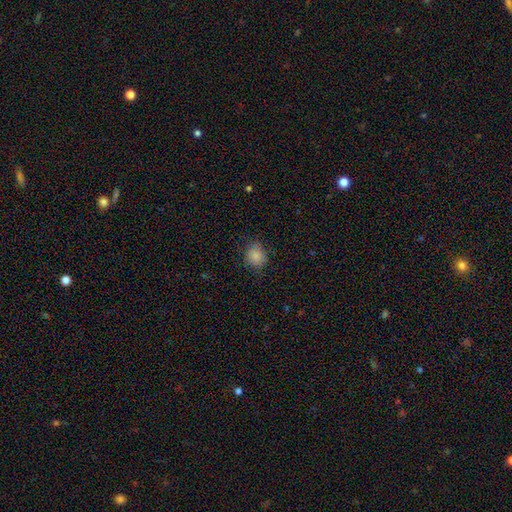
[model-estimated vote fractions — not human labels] smooth-or-featured: smooth: 86% | star or artifact: 10% | featured or disk: 4%
  how-rounded: round: 70% | in between: 29% | cigar-shaped: 1%
  merging: none: 81% | minor disturbance: 15% | major disturbance: 4% | merger: 1%